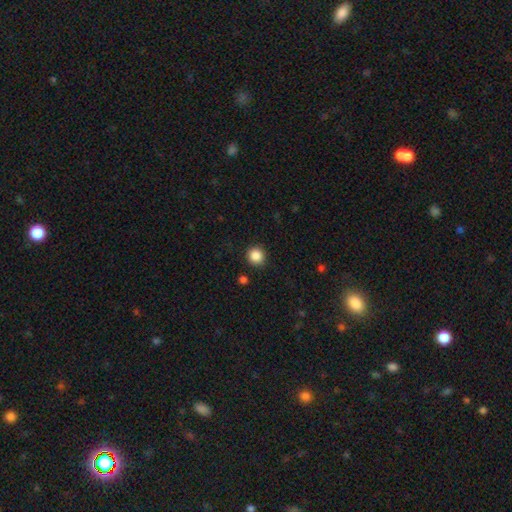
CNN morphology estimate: smooth_or_featured: smooth (p=0.87) [alt: star or artifact p=0.10]
how_rounded: round (p=0.93) [alt: in between p=0.07]
merging: none (p=0.91) [alt: minor disturbance p=0.06]